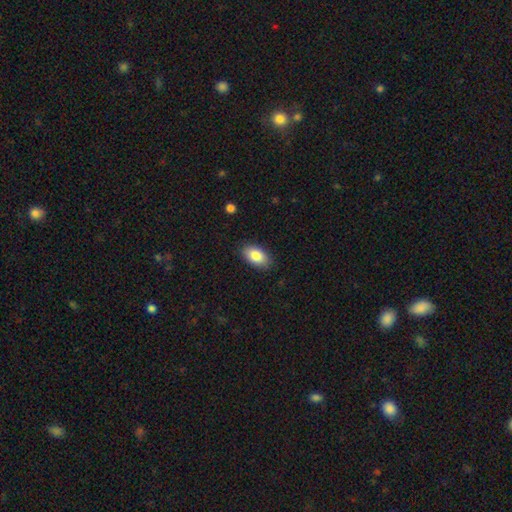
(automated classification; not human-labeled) Smooth or featured? smooth (84%)
How rounded? in between (93%)
Merging? none (87%)